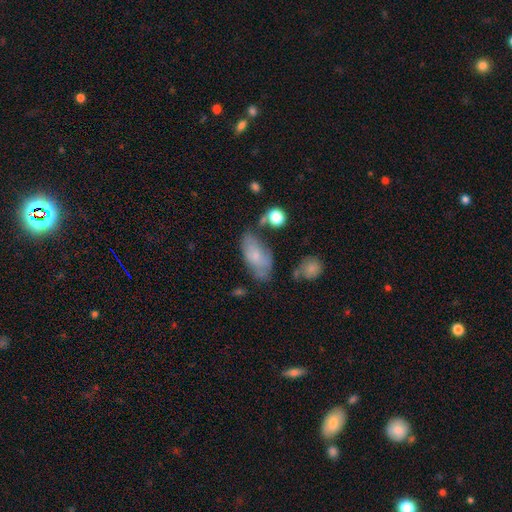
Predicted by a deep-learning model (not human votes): Smooth or featured? smooth (65%)
How rounded? in between (90%)
Merging? none (46%)